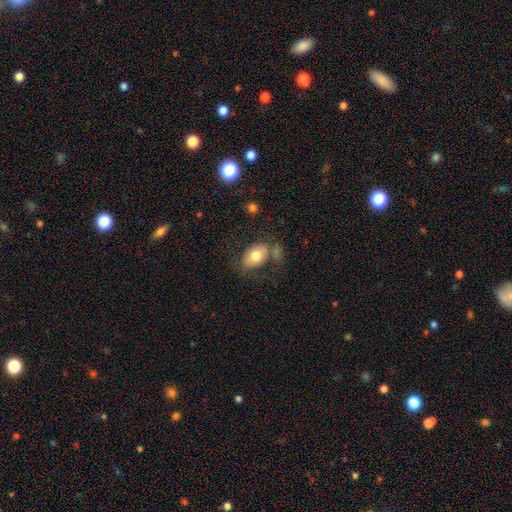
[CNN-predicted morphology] Overall: smooth (73%). How rounded: in between (85%). Merging: none (59%; minor disturbance 20%).